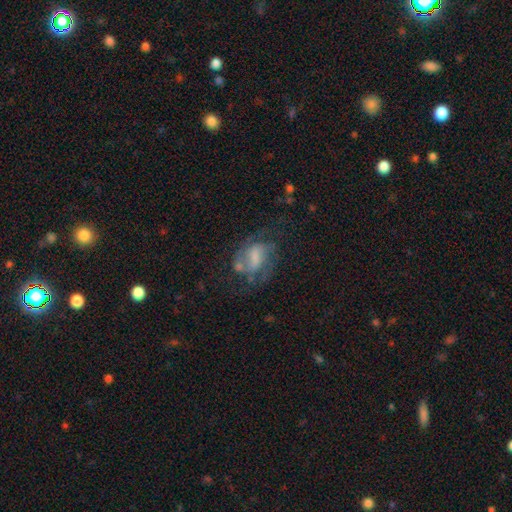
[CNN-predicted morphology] A featured or disk galaxy (69%) with a weak bar (48%), 2 (60%) medium (49%) spiral arms (83%) and no central bulge (29%). Merging: none (51%).